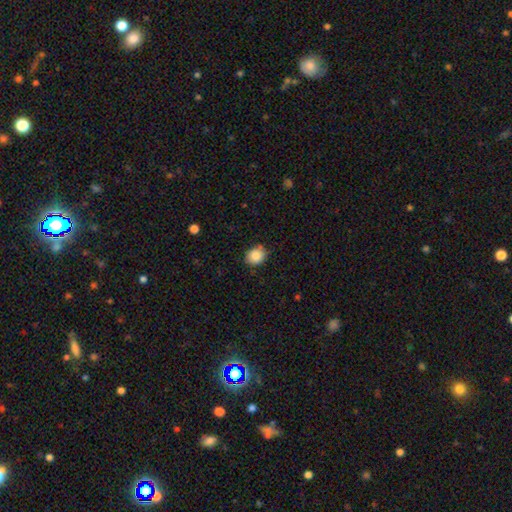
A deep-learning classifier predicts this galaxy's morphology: Overall: smooth (87%). How rounded: round (67%; in between 32%). Merging: none (78%).